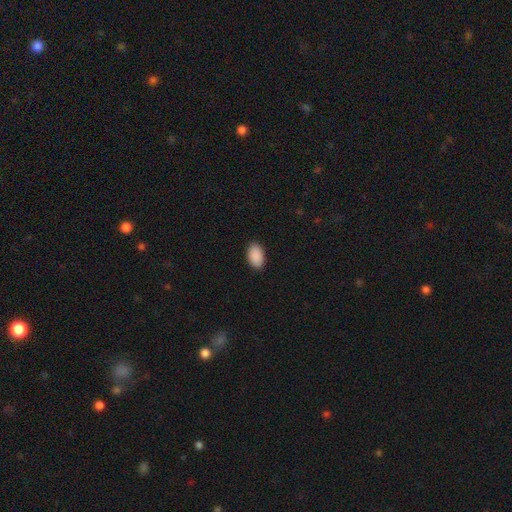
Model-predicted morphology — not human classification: A smooth galaxy with no disk features (91%) that is in between round and cigar-shaped (94%). Merging: none (89%).